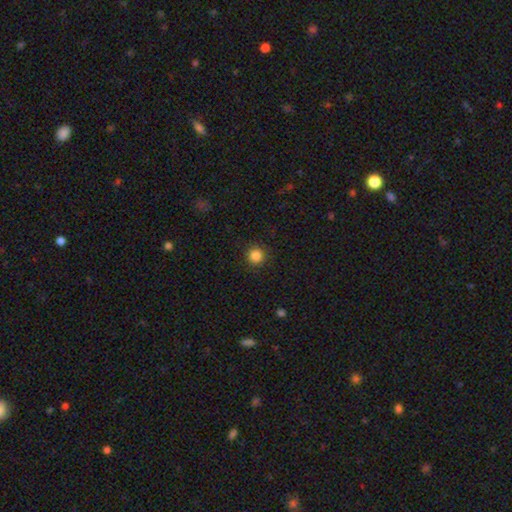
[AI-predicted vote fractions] The model was most divided on "smooth or featured": smooth: 86%, star or artifact: 11%, featured or disk: 3%. More confident: how rounded — round (95%); merging — none (91%).